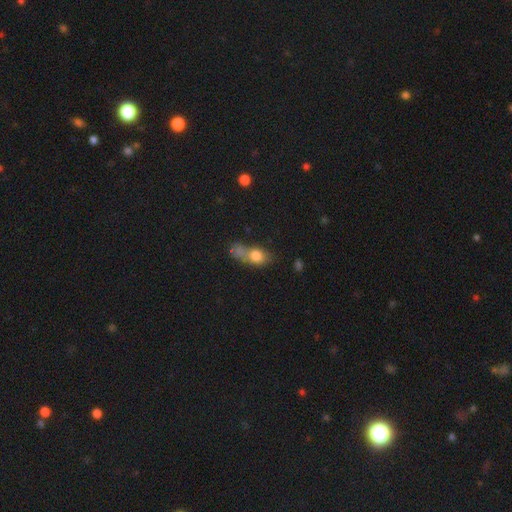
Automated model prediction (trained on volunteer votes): A smooth galaxy with no disk features (74%) that is in between round and cigar-shaped (57%).

Vote fractions:
- Smooth or featured? smooth: 74% / featured or disk: 15% / star or artifact: 11%
- How rounded? in between: 57% / round: 35% / cigar-shaped: 8%
- Merging? merger: 41% / none: 26% / major disturbance: 17% / minor disturbance: 17%